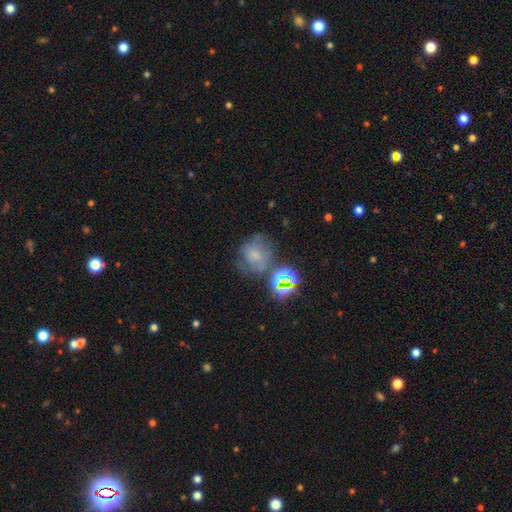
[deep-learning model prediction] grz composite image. It shows a smooth galaxy with no disk features (40%). Merging: none (49%).